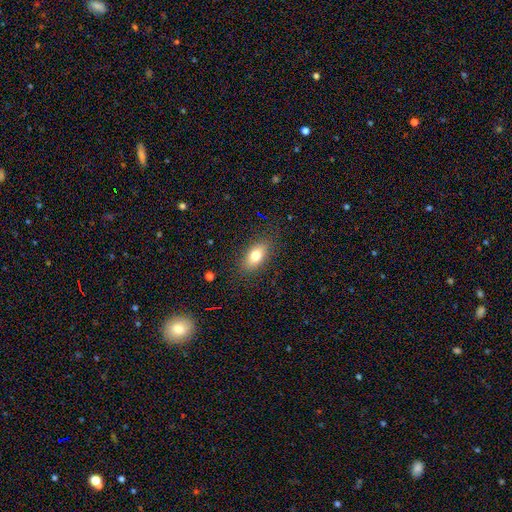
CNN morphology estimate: Smooth or featured? smooth (77%)
How rounded? in between (86%)
Merging? none (84%)